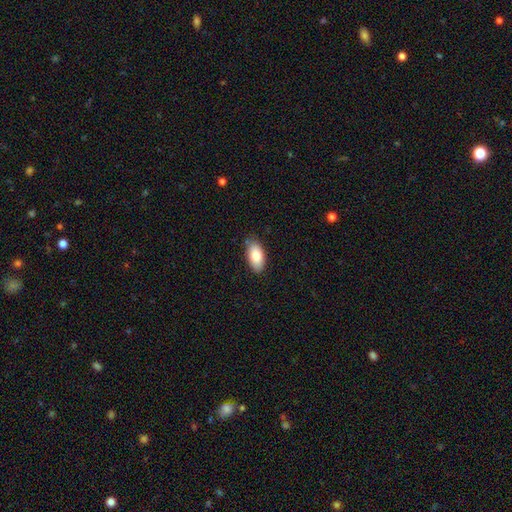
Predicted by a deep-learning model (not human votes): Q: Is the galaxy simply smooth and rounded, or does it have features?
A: smooth — 79%.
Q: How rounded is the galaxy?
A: in between — 93%.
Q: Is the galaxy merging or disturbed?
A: none — 83%.